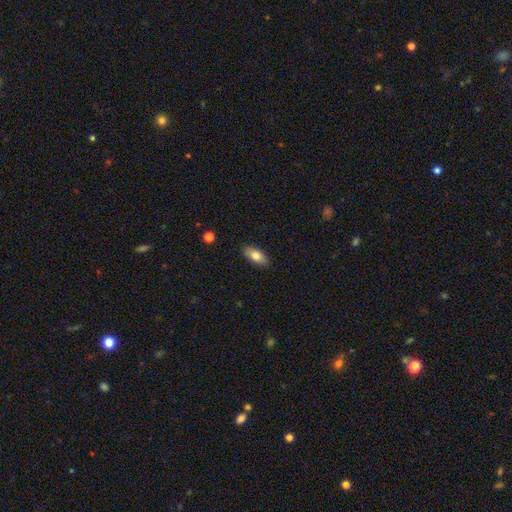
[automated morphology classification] This is likely a smooth galaxy (78%). How rounded: clearly in between (84%). Merging: clearly none (88%).